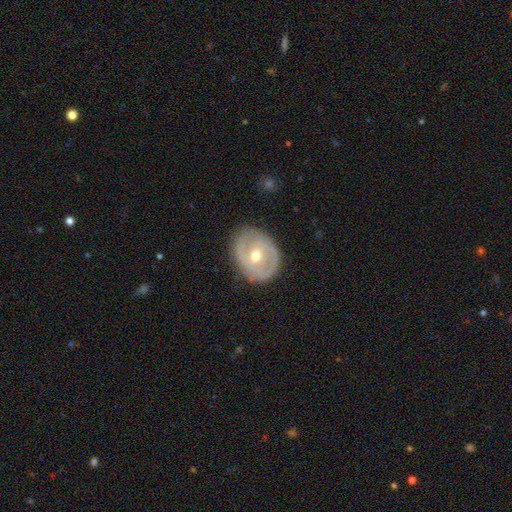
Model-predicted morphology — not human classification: A featured or disk galaxy (70%) with no bar (59%), spiral arms (62%) and a moderate central bulge (64%). Merging: none (78%).